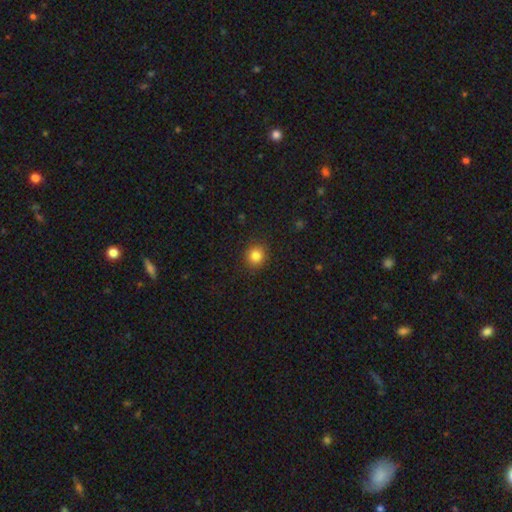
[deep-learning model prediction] smooth 84%, star or artifact 11%, featured or disk 5%. Down the decision tree: how rounded — round (86%); merging — none (90%).